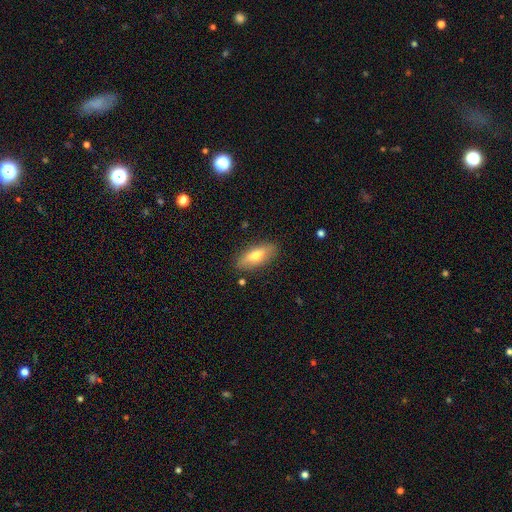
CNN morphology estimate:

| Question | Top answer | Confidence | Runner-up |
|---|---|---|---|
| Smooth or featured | smooth | 65% | featured or disk (28%) |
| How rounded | in between | 69% | cigar-shaped (28%) |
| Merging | none | 85% | minor disturbance (11%) |